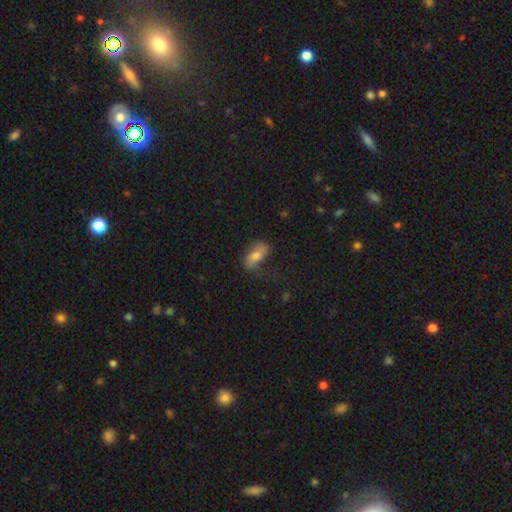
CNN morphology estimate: This appears to be a smooth galaxy with no disk features (67%) that is in between round and cigar-shaped (80%). Merging: none (64%).